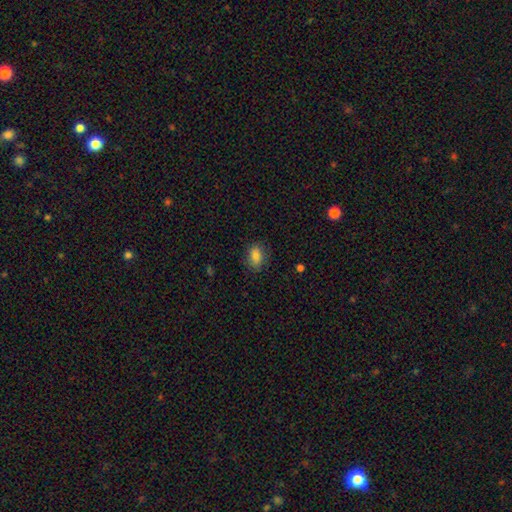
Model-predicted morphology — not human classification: Smooth or featured?
  - smooth: 83% *
  - star or artifact: 9%
  - featured or disk: 8%
How rounded?
  - in between: 78% *
  - round: 20%
  - cigar-shaped: 2%
Merging?
  - none: 80% *
  - minor disturbance: 15%
  - major disturbance: 4%
  - merger: 1%